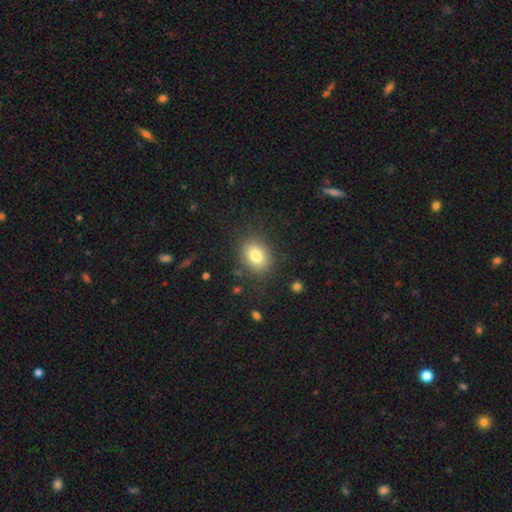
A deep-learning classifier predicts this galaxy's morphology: Overall: smooth (81%). How rounded: in between (58%; round 41%). Merging: none (83%).